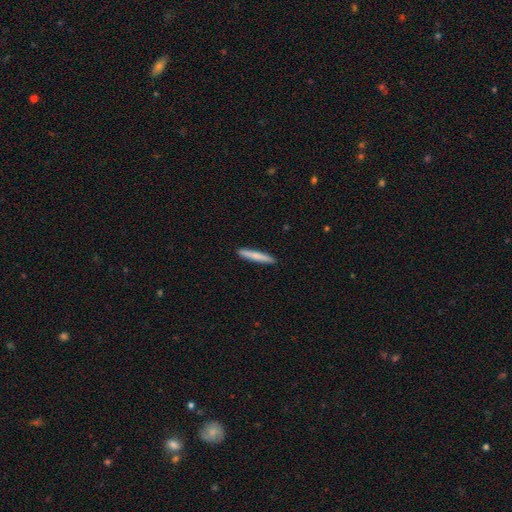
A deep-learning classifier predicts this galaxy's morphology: Smooth or featured? Predicted: smooth (p=0.77). How rounded? Predicted: cigar-shaped (p=0.95). Merging? Predicted: none (p=0.92).